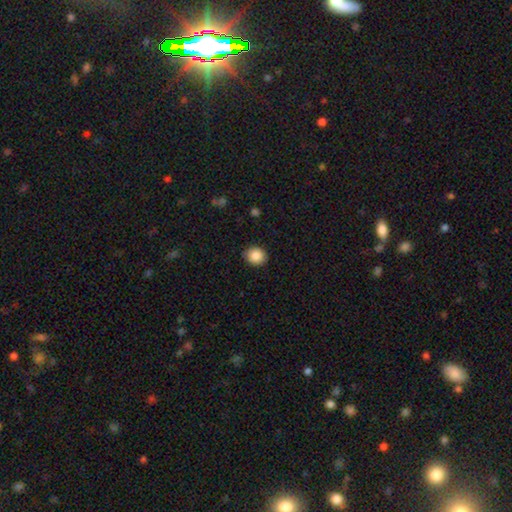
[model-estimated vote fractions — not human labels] This is clearly a smooth galaxy (86%). How rounded: likely round (73%). Merging: clearly none (87%).